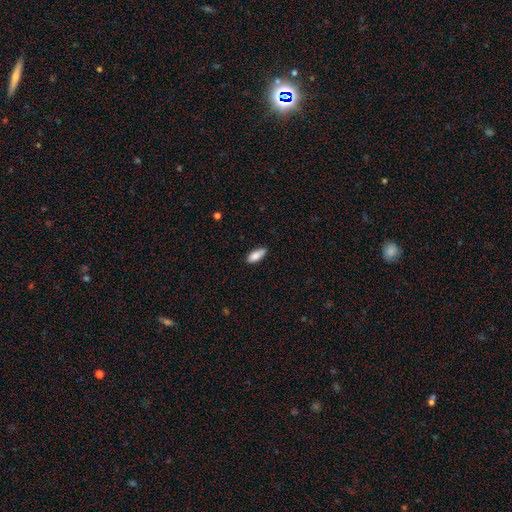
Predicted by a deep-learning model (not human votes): Smooth or featured?
  - smooth: 85% *
  - featured or disk: 9%
  - star or artifact: 7%
How rounded?
  - in between: 78% *
  - cigar-shaped: 20%
  - round: 2%
Merging?
  - none: 76% *
  - minor disturbance: 19%
  - major disturbance: 3%
  - merger: 2%